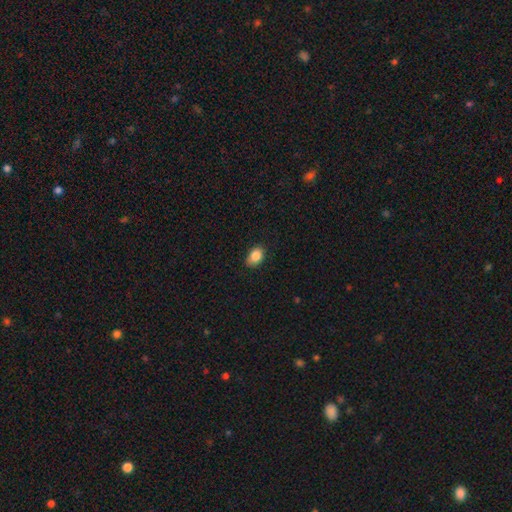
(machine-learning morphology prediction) smooth_or_featured: smooth (p=0.86) [alt: star or artifact p=0.08]
how_rounded: in between (p=0.77) [alt: round p=0.21]
merging: none (p=0.77) [alt: minor disturbance p=0.19]